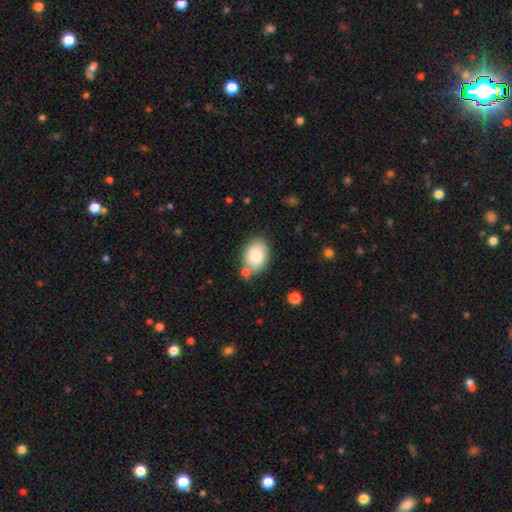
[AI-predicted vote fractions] The model was most divided on "merging": none: 72%, minor disturbance: 14%, merger: 10%, major disturbance: 3%. More confident: smooth or featured — smooth (80%); how rounded — in between (80%).